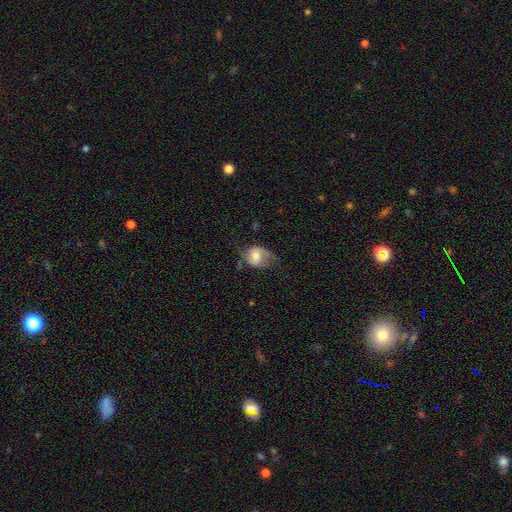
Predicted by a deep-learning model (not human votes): Smooth or featured? smooth (47%)
Merging? none (52%)